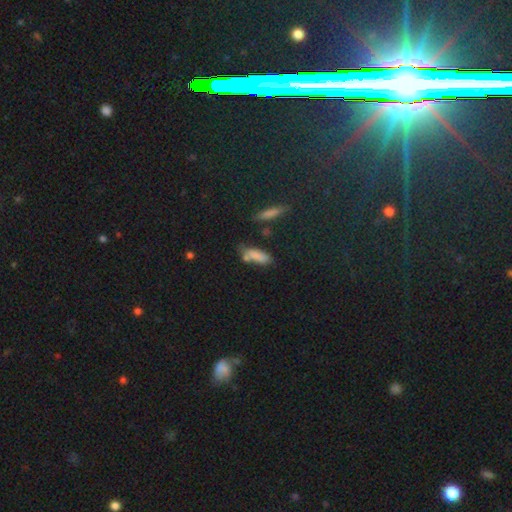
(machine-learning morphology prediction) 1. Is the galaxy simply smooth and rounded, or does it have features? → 79% smooth, 11% featured or disk, 10% star or artifact.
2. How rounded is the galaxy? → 55% in between, 42% cigar-shaped, 3% round.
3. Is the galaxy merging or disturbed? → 52% none, 23% minor disturbance, 17% merger, 8% major disturbance.